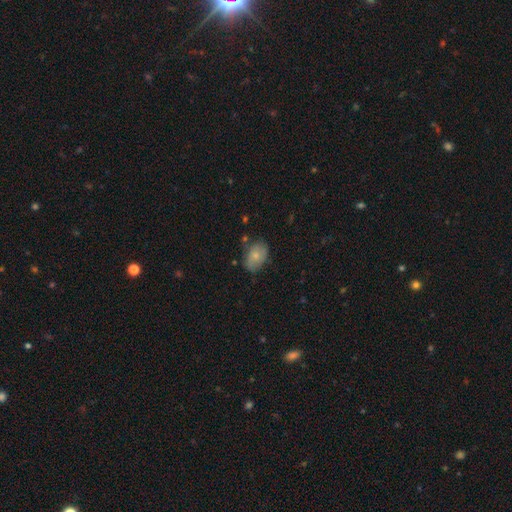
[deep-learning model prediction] Smooth or featured? smooth (75%)
How rounded? in between (83%)
Merging? none (65%)